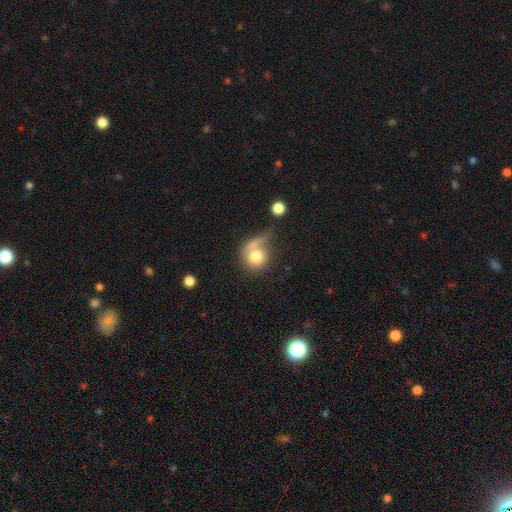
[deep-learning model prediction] smooth 72%, featured or disk 19%, star or artifact 9%. Down the decision tree: how rounded — round (79%); merging — none (36%).